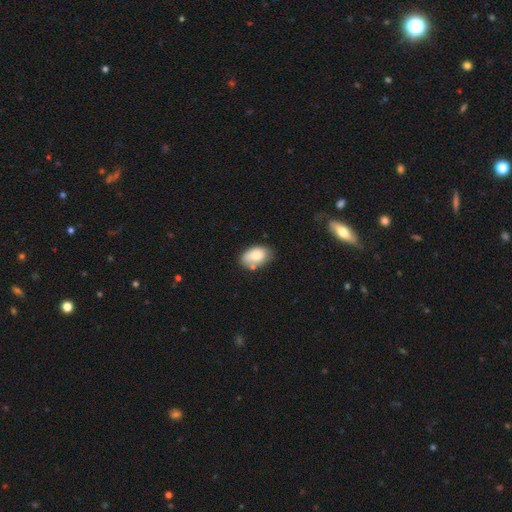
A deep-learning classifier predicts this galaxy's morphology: Smooth or featured?
  - smooth: 79% *
  - featured or disk: 14%
  - star or artifact: 7%
How rounded?
  - in between: 89% *
  - round: 10%
  - cigar-shaped: 1%
Merging?
  - none: 62% *
  - minor disturbance: 24%
  - merger: 9%
  - major disturbance: 5%